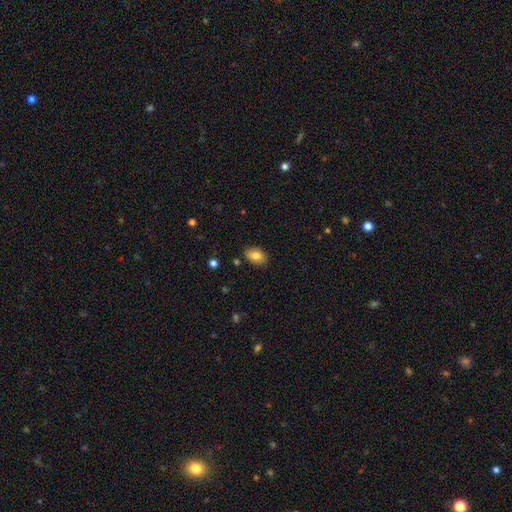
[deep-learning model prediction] This is clearly a smooth galaxy (82%). How rounded: clearly in between (85%). Merging: clearly none (84%).